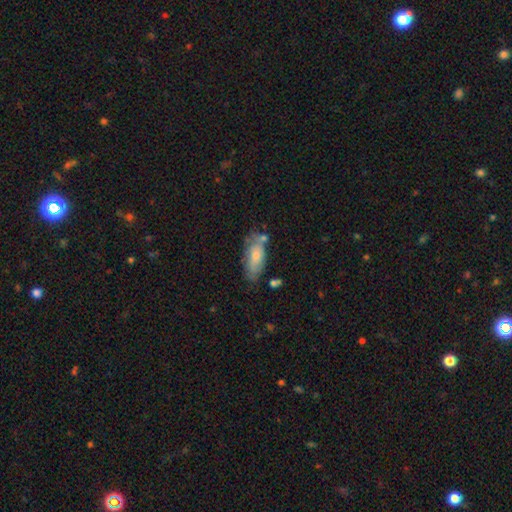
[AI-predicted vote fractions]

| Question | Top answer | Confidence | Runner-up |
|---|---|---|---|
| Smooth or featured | smooth | 68% | featured or disk (25%) |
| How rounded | in between | 83% | cigar-shaped (15%) |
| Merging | none | 59% | minor disturbance (25%) |